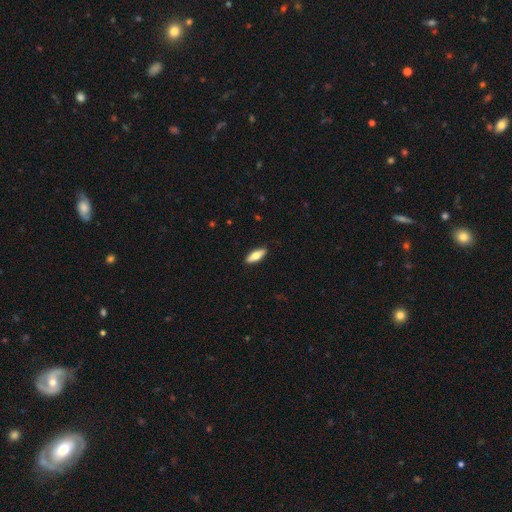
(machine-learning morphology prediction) The model was most divided on "how rounded": in between: 62%, cigar-shaped: 36%, round: 2%. More confident: merging — none (90%); smooth or featured — smooth (66%).